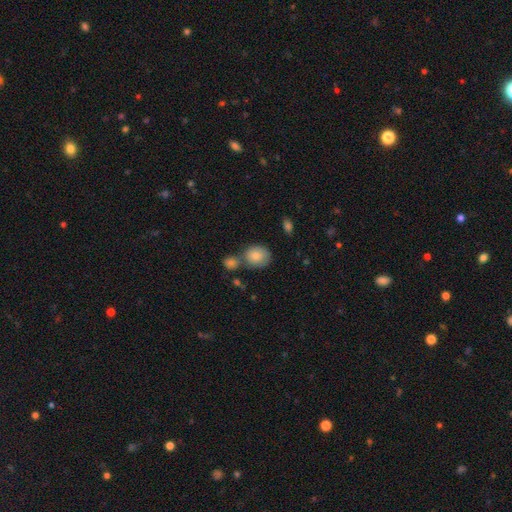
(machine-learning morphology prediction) smooth 82%, featured or disk 10%, star or artifact 7%. Down the decision tree: how rounded — round (62%); merging — none (52%).